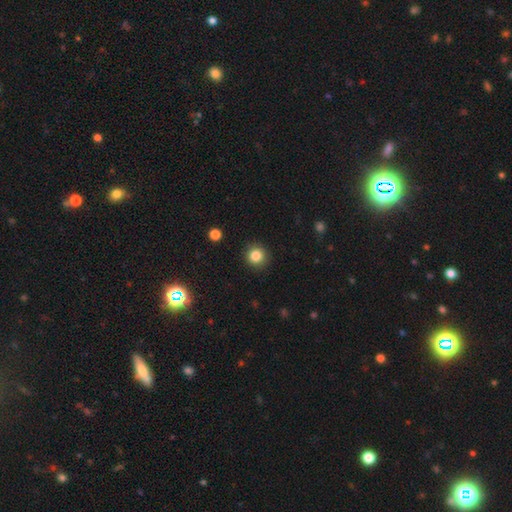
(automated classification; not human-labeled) smooth 84%, star or artifact 11%, featured or disk 5%. Down the decision tree: how rounded — round (93%); merging — none (91%).